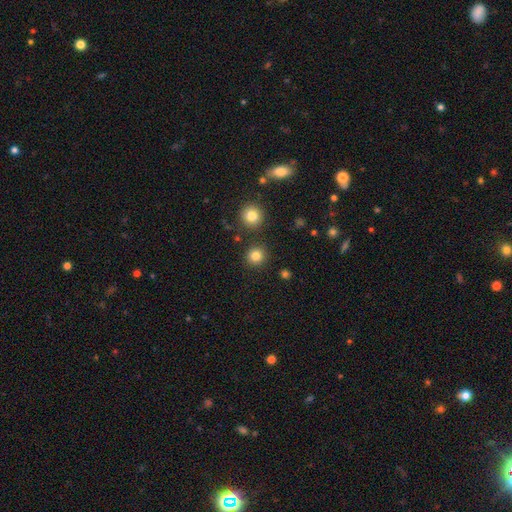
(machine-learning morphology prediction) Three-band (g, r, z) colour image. It shows a smooth galaxy with no disk features (82%) that is round (93%). Merging: none (89%).